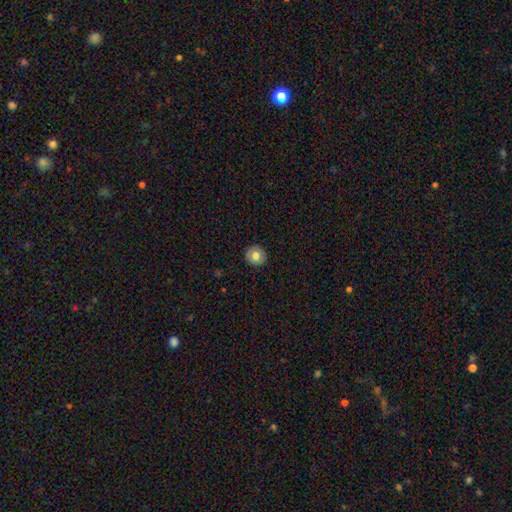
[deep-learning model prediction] A smooth galaxy with no disk features (78%) that is round (91%).

Vote fractions:
- Smooth or featured? smooth: 78% / featured or disk: 14% / star or artifact: 8%
- How rounded? round: 91% / in between: 8% / cigar-shaped: 1%
- Merging? none: 92% / minor disturbance: 6% / major disturbance: 2% / merger: 1%